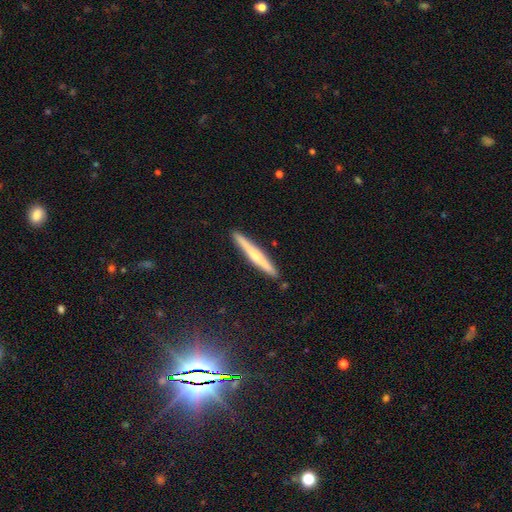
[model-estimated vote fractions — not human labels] smooth_or_featured: featured or disk (p=0.52) [alt: smooth p=0.42]
disk_edge_on: yes (p=0.97) [alt: no p=0.03]
merging: none (p=0.90) [alt: minor disturbance p=0.07]